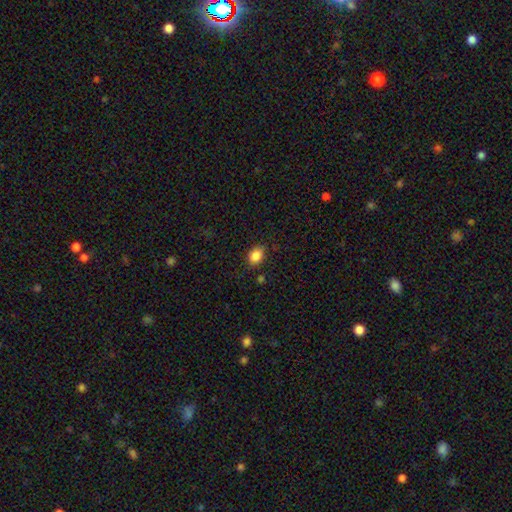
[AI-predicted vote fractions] A smooth galaxy with no disk features (86%) that is in between round and cigar-shaped (72%). Merging: none (82%).